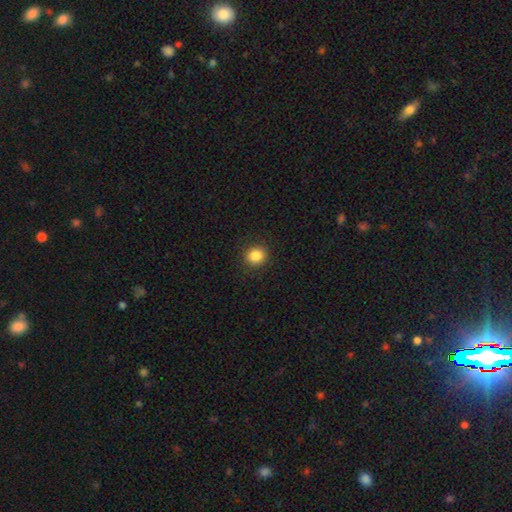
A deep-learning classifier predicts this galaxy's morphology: This is clearly a smooth galaxy (85%). How rounded: clearly round (83%). Merging: clearly none (91%).